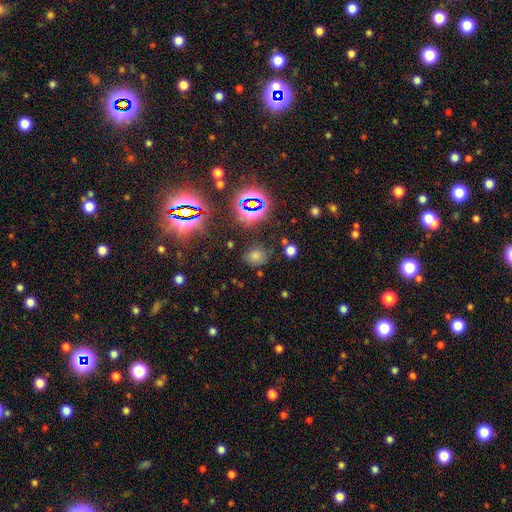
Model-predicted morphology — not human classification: A star or artifact, not a galaxy (46%, tied with smooth).

Vote fractions:
- Smooth or featured? star or artifact: 46% (tied) / smooth: 46% (tied) / featured or disk: 8%